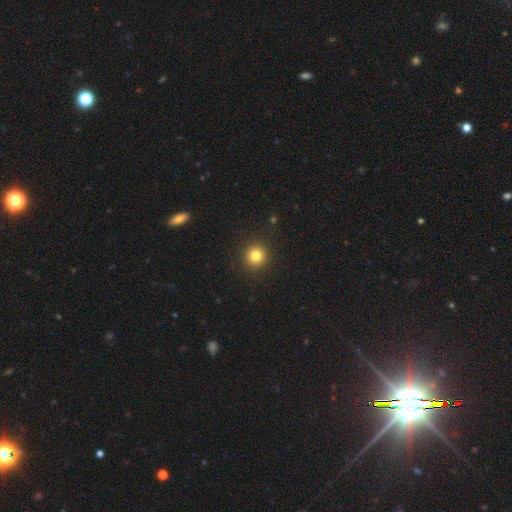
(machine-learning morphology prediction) Overall: smooth (82%). How rounded: round (94%). Merging: none (92%).